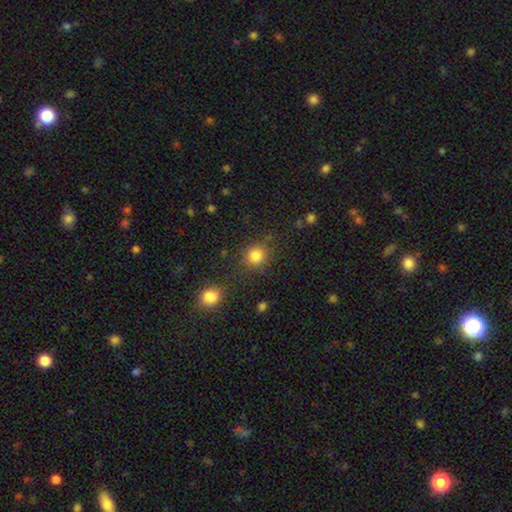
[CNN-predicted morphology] Smooth or featured: smooth — 83% (star or artifact — 12%)
How rounded: round — 87% (in between — 12%)
Merging: none — 79% (minor disturbance — 10%)